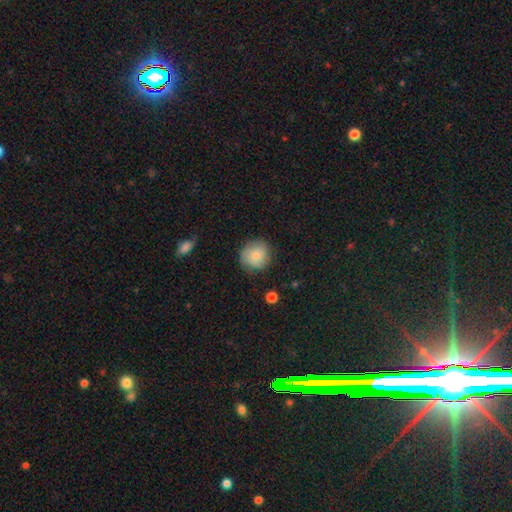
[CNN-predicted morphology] Smooth or featured?
  - smooth: 75% *
  - featured or disk: 17%
  - star or artifact: 8%
How rounded?
  - round: 90% *
  - in between: 9%
  - cigar-shaped: 1%
Merging?
  - none: 78% *
  - minor disturbance: 16%
  - major disturbance: 4%
  - merger: 1%